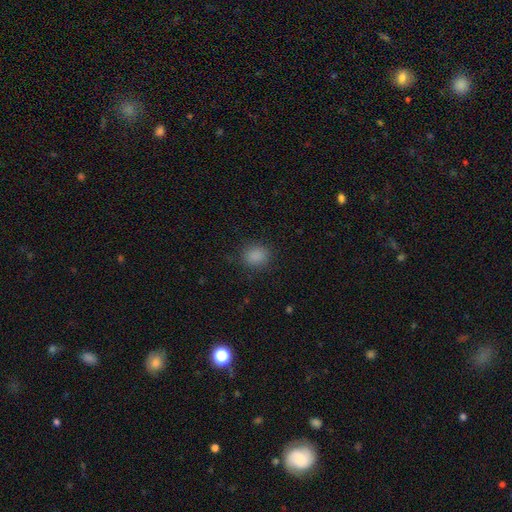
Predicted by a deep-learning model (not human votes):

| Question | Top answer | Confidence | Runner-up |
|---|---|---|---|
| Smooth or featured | smooth | 86% | star or artifact (11%) |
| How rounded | round | 64% | in between (35%) |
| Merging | none | 86% | minor disturbance (10%) |